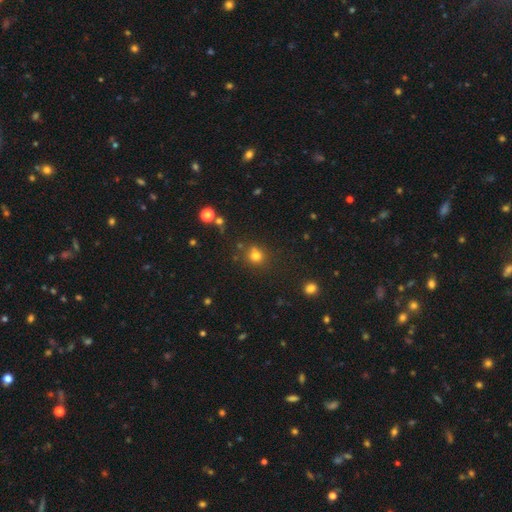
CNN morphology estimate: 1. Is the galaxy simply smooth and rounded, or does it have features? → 77% smooth, 16% star or artifact, 7% featured or disk.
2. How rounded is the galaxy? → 84% round, 15% in between, 1% cigar-shaped.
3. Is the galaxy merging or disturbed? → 73% none, 13% minor disturbance, 10% merger, 4% major disturbance.